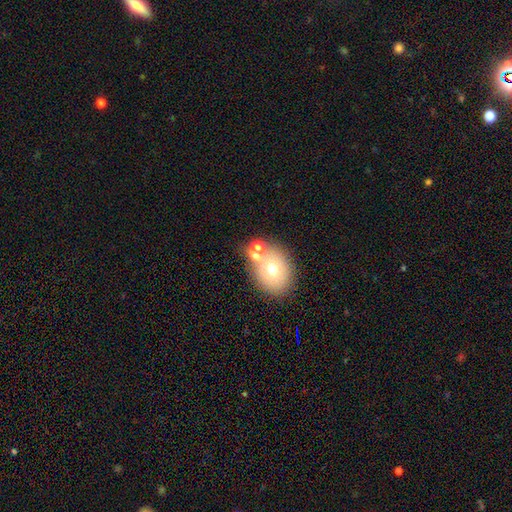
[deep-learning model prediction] Smooth or featured?
  - smooth: 63% *
  - featured or disk: 24%
  - star or artifact: 13%
How rounded?
  - in between: 54% *
  - round: 45%
  - cigar-shaped: 1%
Merging?
  - none: 59% *
  - merger: 24%
  - minor disturbance: 12%
  - major disturbance: 5%